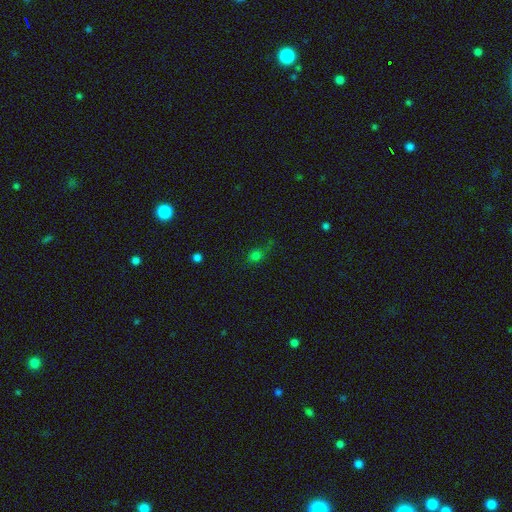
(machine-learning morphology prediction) smooth-or-featured: smooth: 70% | star or artifact: 23% | featured or disk: 7%
  how-rounded: round: 69% | in between: 29% | cigar-shaped: 3%
  merging: none: 62% | minor disturbance: 23% | major disturbance: 11% | merger: 4%